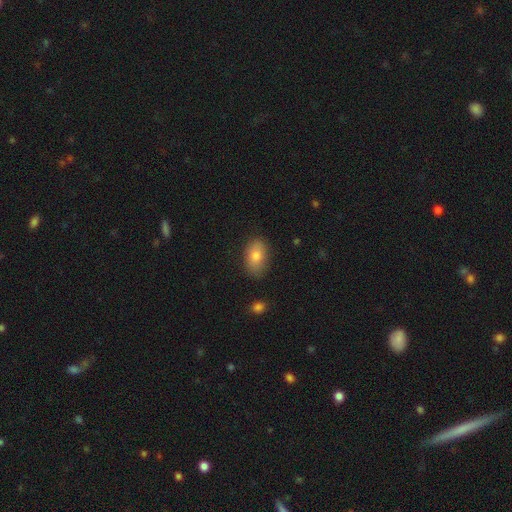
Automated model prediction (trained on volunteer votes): smooth-or-featured: smooth: 79% | featured or disk: 13% | star or artifact: 8%
  how-rounded: in between: 88% | round: 10% | cigar-shaped: 2%
  merging: none: 82% | minor disturbance: 14% | major disturbance: 3% | merger: 1%